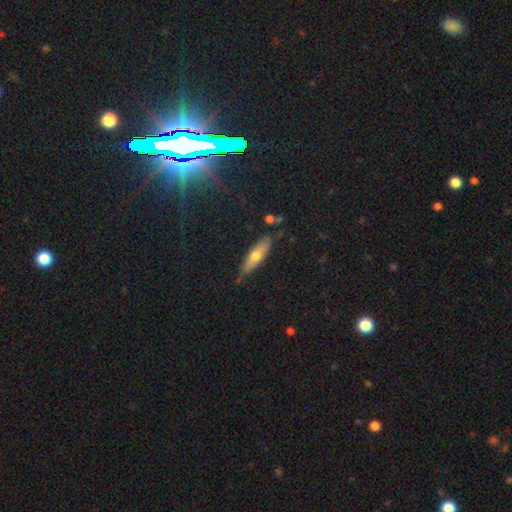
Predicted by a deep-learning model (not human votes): Smooth or featured? smooth (55%)
How rounded? cigar-shaped (66%)
Merging? none (80%)